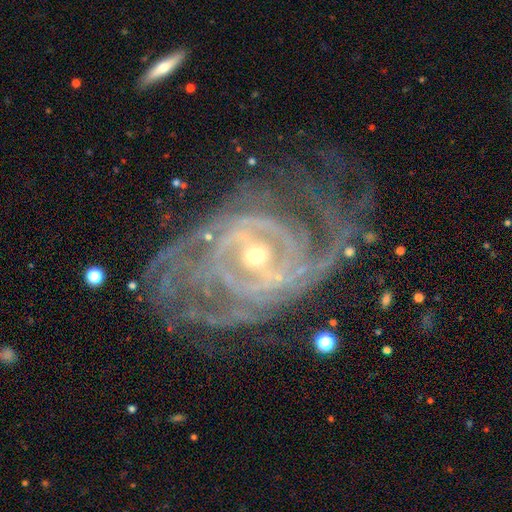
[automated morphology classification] Smooth or featured? Predicted: featured or disk (p=0.90). Edge-on disk? Predicted: no (p=0.96). Bar? Predicted: weak (p=0.39). Spiral arms? Predicted: yes (p=0.96). Spiral winding? Predicted: tight (p=0.70). Spiral arm count? Predicted: can't tell (p=0.33). Bulge size? Predicted: small (p=0.54). Merging? Predicted: none (p=0.60).